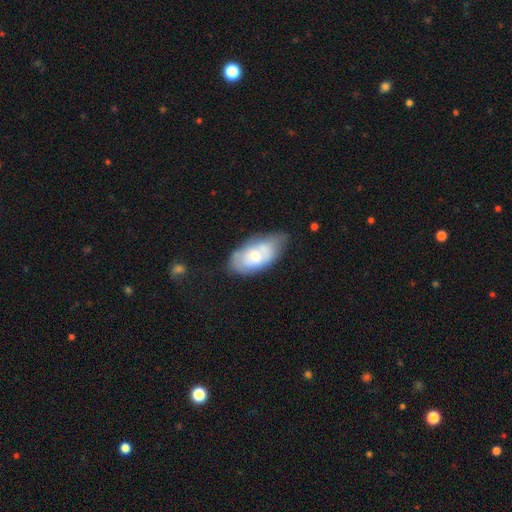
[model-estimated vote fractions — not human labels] Smooth or featured? smooth (58%)
How rounded? in between (93%)
Merging? none (43%)